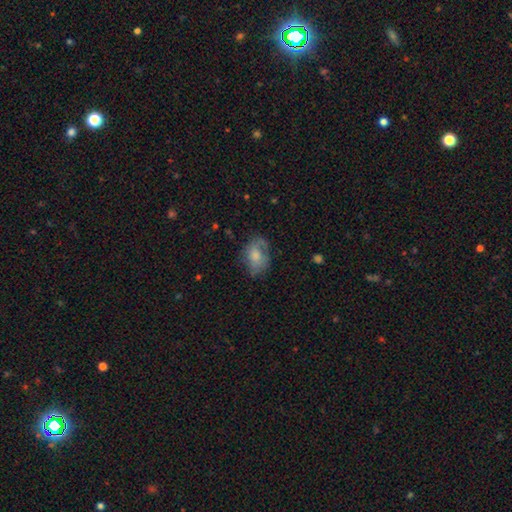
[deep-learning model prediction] A smooth galaxy with no disk features (56%) that is in between round and cigar-shaped (78%). Merging: none (54%).